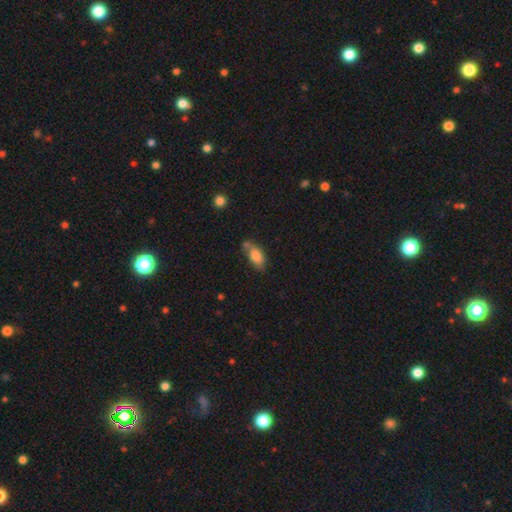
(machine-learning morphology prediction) smooth 80%, featured or disk 12%, star or artifact 8%. Down the decision tree: how rounded — in between (88%); merging — none (51%).